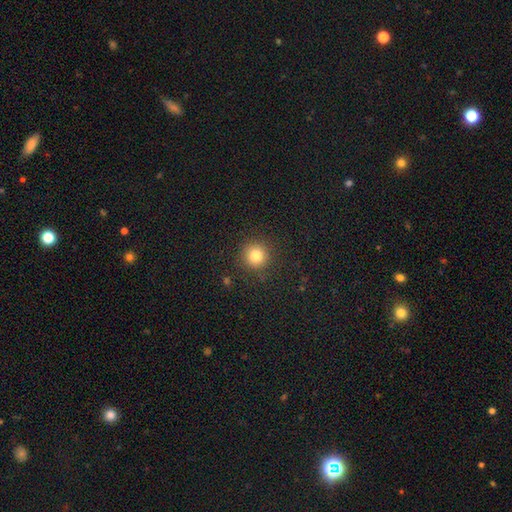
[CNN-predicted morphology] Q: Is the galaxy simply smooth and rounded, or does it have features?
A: smooth — 81%.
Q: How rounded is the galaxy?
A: round — 94%.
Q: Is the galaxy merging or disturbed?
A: none — 89%.